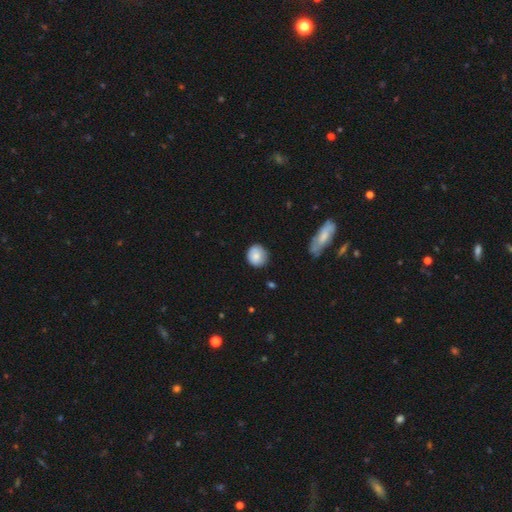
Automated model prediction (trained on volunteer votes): Smooth or featured? Predicted: smooth (p=0.82). How rounded? Predicted: round (p=0.86). Merging? Predicted: none (p=0.79).